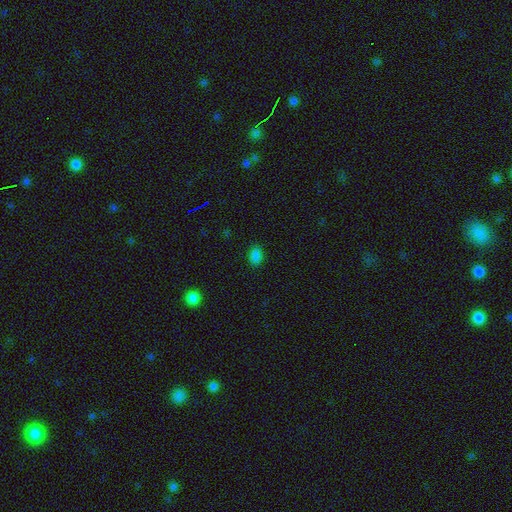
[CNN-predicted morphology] smooth 83%, star or artifact 13%, featured or disk 3%. Down the decision tree: how rounded — in between (84%); merging — none (87%).